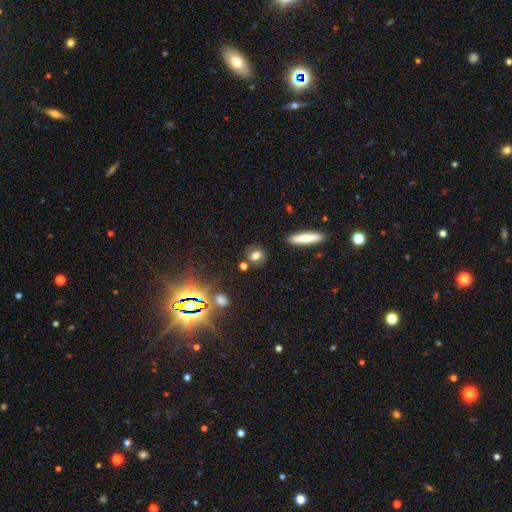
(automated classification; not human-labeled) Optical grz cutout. It shows a smooth galaxy with no disk features (62%) that is round (62%). Merging: none (76%).